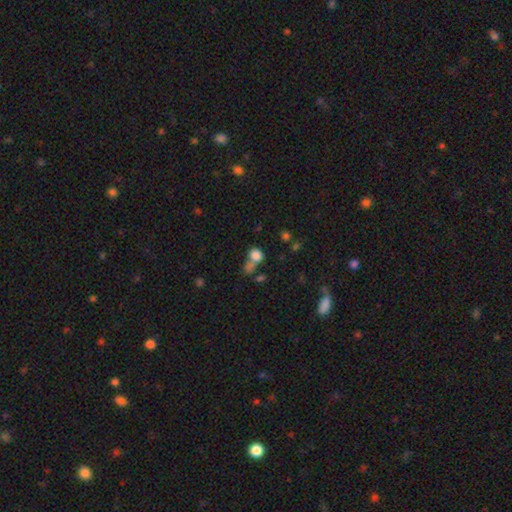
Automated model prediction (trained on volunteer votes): Q: Smooth or featured?
A: smooth (78%); runner-up: star or artifact (13%)
Q: How rounded?
A: round (58%); runner-up: in between (40%)
Q: Merging?
A: merger (44%); runner-up: none (36%)